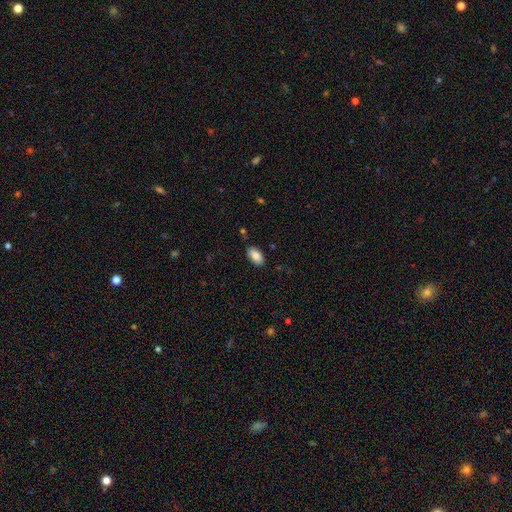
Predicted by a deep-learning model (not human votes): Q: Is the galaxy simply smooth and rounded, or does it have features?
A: smooth — 87%.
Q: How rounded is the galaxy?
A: in between — 94%.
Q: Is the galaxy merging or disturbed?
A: none — 84%.